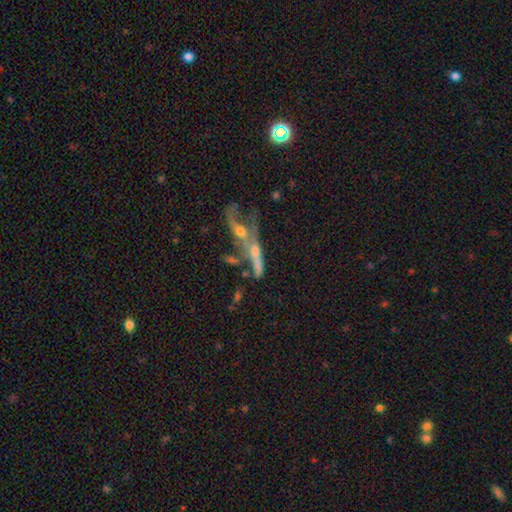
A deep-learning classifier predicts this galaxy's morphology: Smooth or featured: featured or disk — 55% (smooth — 32%)
Edge-on disk: no — 59% (yes — 41%)
Merging: merger — 58% (none — 18%)